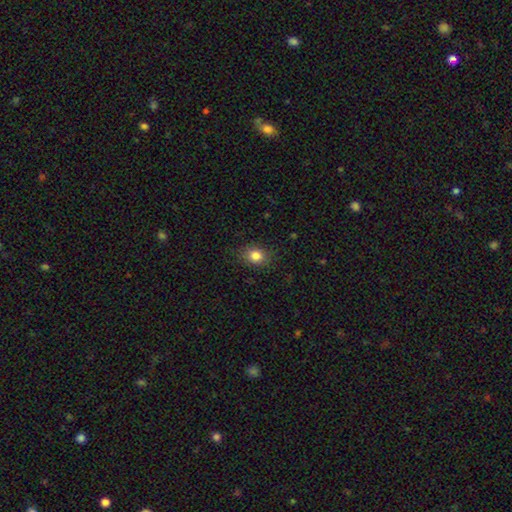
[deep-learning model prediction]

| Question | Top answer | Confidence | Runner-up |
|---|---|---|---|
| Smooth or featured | smooth | 83% | star or artifact (11%) |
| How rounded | round | 53% | in between (45%) |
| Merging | none | 84% | minor disturbance (12%) |